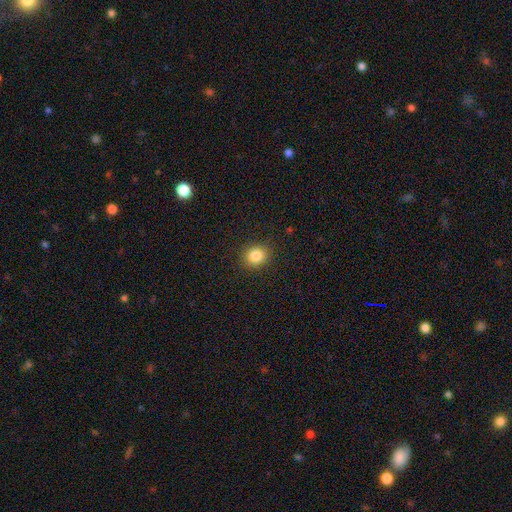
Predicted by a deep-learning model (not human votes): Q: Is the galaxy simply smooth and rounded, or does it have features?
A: smooth — 84%.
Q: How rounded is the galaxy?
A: round — 73%.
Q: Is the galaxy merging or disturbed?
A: none — 89%.